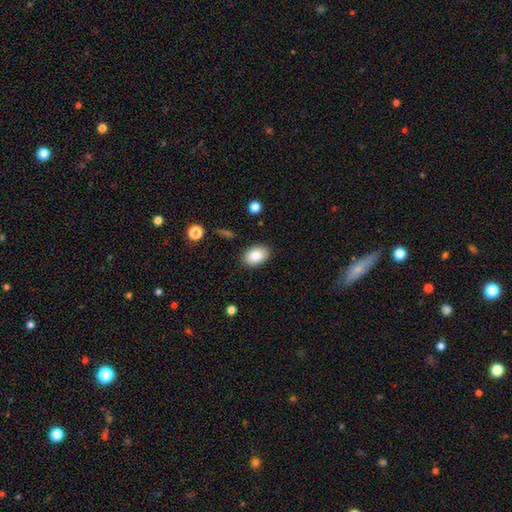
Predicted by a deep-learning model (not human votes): The model was most divided on "merging": none: 86%, minor disturbance: 10%, major disturbance: 3%, merger: 1%. More confident: smooth or featured — smooth (88%); how rounded — in between (88%).